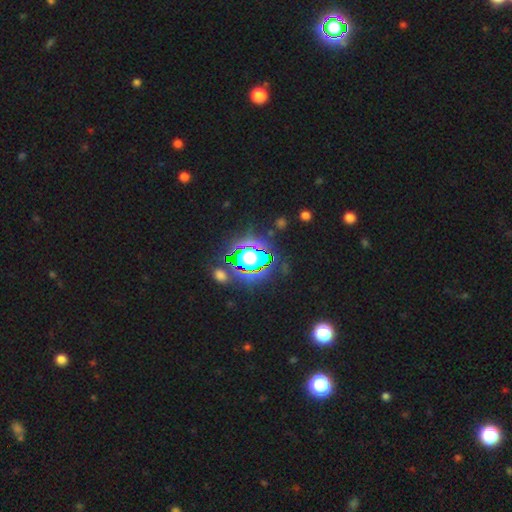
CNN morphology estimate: Overall: star or artifact (83%).